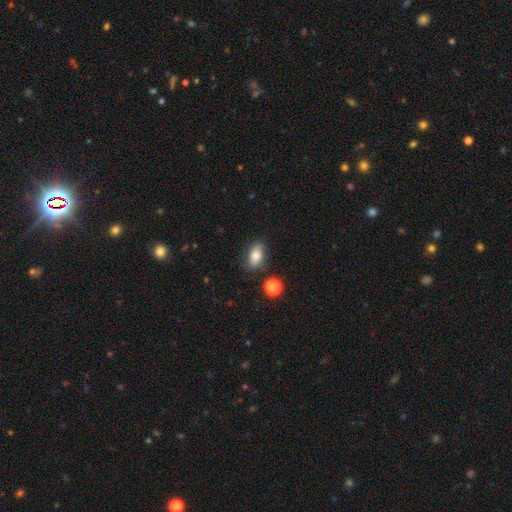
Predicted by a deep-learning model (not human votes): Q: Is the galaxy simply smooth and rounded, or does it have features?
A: smooth — 79%.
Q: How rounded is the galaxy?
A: in between — 86%.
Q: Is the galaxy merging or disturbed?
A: none — 76%.